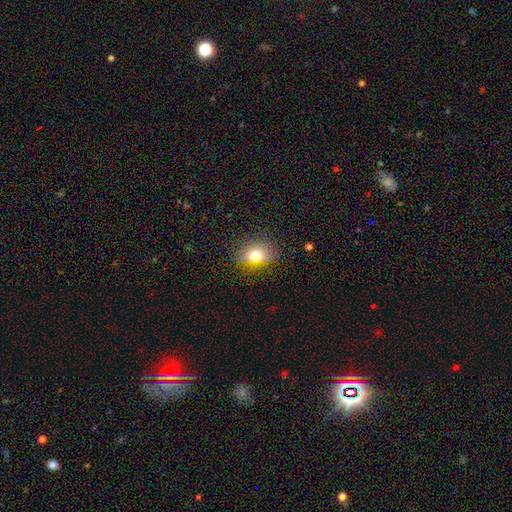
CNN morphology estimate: smooth 75%, star or artifact 13%, featured or disk 12%. Down the decision tree: how rounded — in between (62%); merging — none (83%).